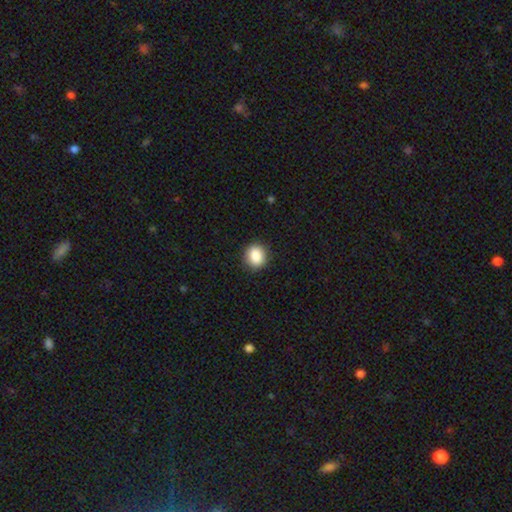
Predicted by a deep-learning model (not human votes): A smooth galaxy with no disk features (87%) that is round (76%).

Vote fractions:
- Smooth or featured? smooth: 87% / star or artifact: 9% / featured or disk: 4%
- How rounded? round: 76% / in between: 23% / cigar-shaped: 1%
- Merging? none: 90% / minor disturbance: 7% / major disturbance: 2% / merger: 1%